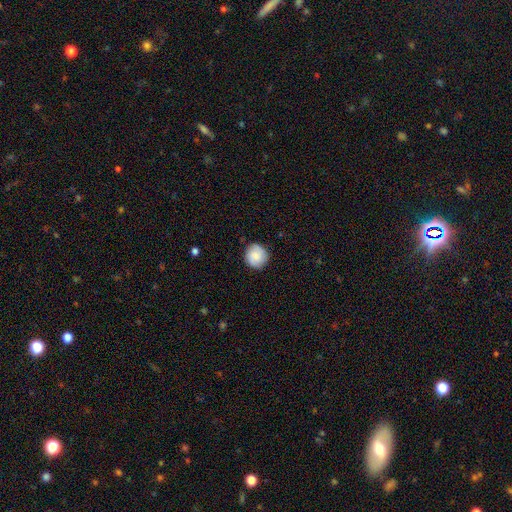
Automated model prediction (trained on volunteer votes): This appears to be a smooth galaxy with no disk features (78%) that is round (92%). Merging: none (87%).